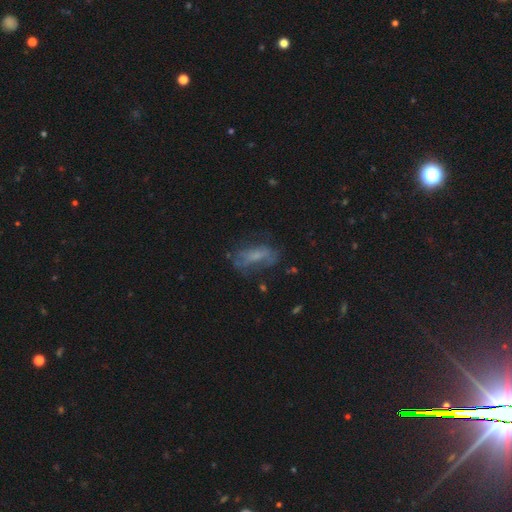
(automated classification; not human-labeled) Overall: smooth (47%; featured or disk 40%). Merging: none (50%; minor disturbance 25%).